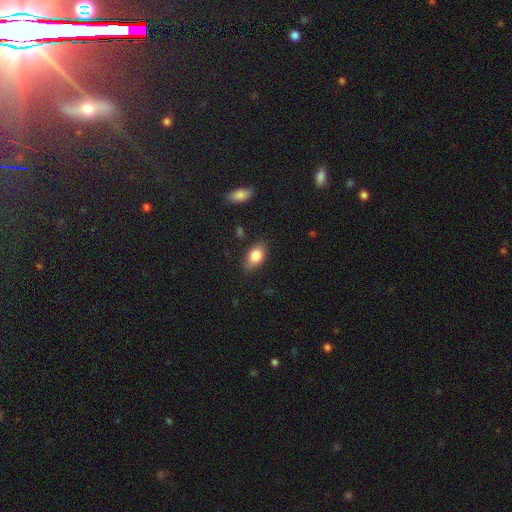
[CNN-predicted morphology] The model was most divided on "merging": none: 81%, minor disturbance: 14%, major disturbance: 3%, merger: 2%. More confident: how rounded — in between (88%); smooth or featured — smooth (82%).